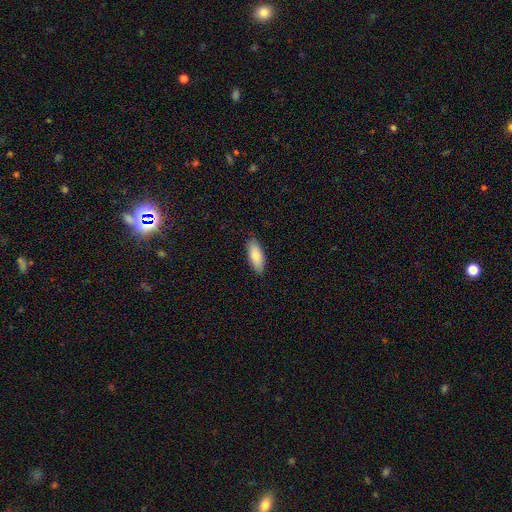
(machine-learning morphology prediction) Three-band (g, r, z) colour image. It shows a smooth galaxy with no disk features (83%) that is in between round and cigar-shaped (75%). Merging: none (87%).